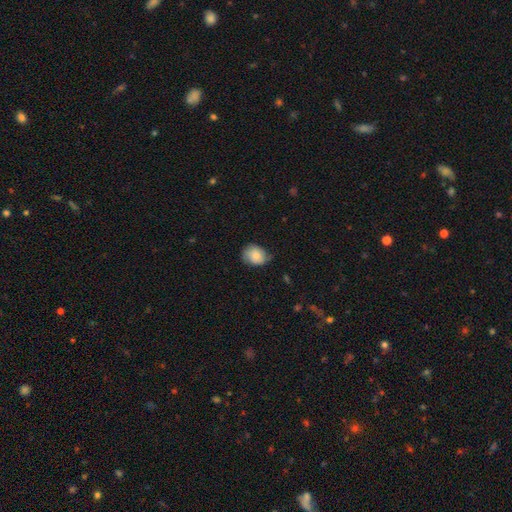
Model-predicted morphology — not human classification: Smooth or featured: smooth — 72% (featured or disk — 20%)
How rounded: round — 51% (in between — 48%)
Merging: none — 59% (minor disturbance — 33%)